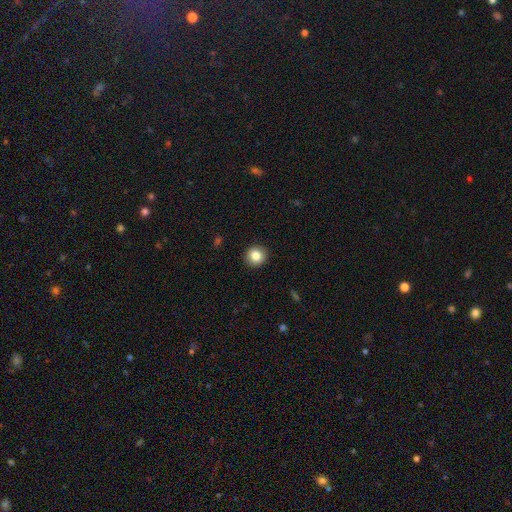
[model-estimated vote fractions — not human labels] This is clearly a smooth galaxy (84%). How rounded: clearly round (92%). Merging: clearly none (92%).